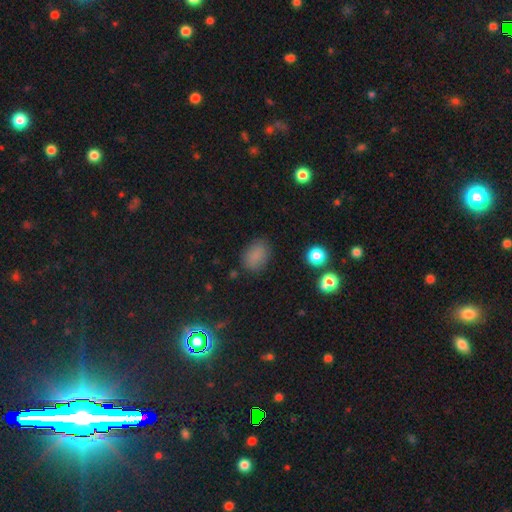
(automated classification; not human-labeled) smooth 82%, star or artifact 13%, featured or disk 5%. Down the decision tree: how rounded — in between (77%); merging — none (81%).